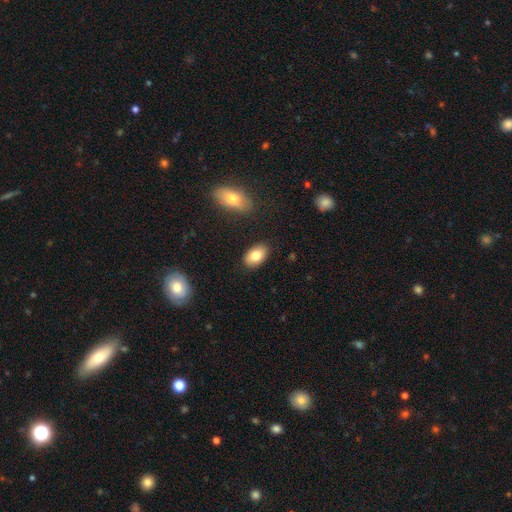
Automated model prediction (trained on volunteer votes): Smooth or featured: smooth — 81% (featured or disk — 12%)
How rounded: in between — 91% (round — 7%)
Merging: none — 87% (minor disturbance — 9%)